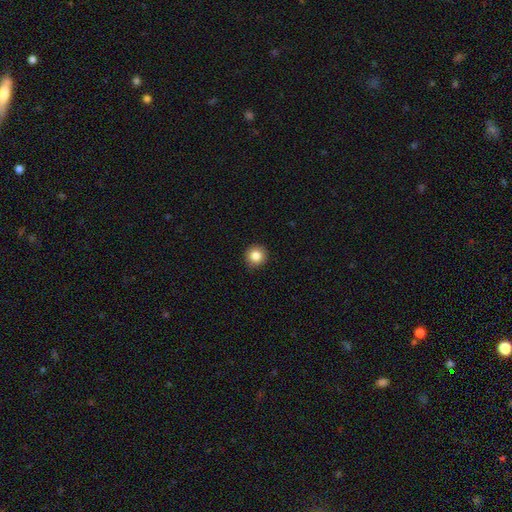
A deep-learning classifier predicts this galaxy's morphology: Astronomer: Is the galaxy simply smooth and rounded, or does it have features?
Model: smooth — 84%.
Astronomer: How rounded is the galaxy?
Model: round — 94%.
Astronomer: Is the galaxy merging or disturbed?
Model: none — 91%.